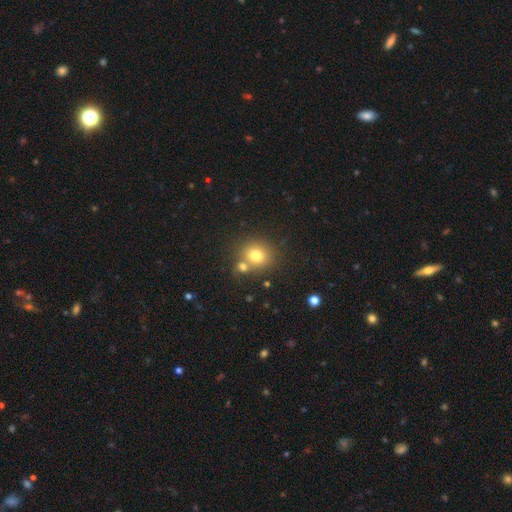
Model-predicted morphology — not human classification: Smooth or featured? Predicted: smooth (p=0.76). How rounded? Predicted: round (p=0.76). Merging? Predicted: none (p=0.60).